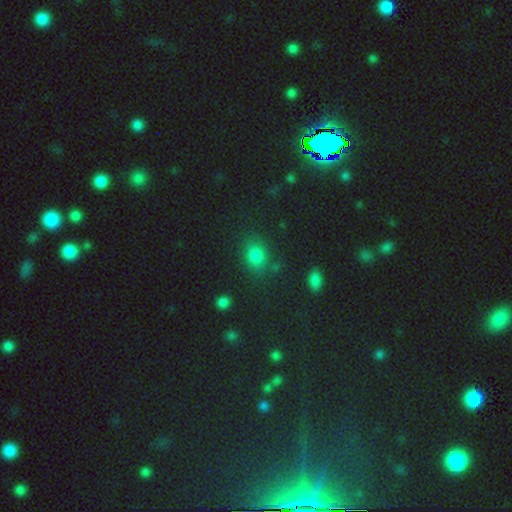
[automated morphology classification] A smooth galaxy with no disk features (74%) that is round (51%). Merging: none (77%).